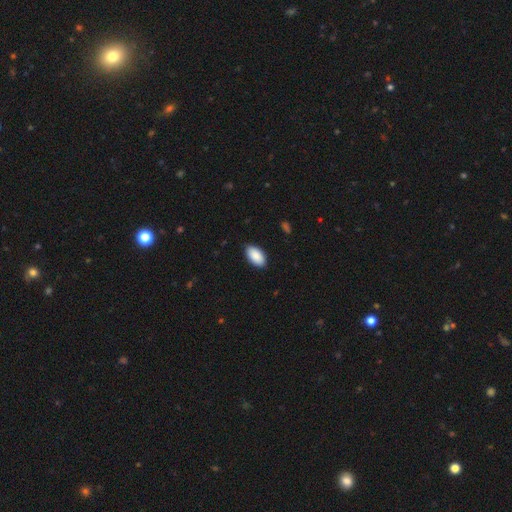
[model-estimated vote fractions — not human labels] This appears to be a smooth galaxy with no disk features (90%) that is in between round and cigar-shaped (96%). Merging: none (88%).